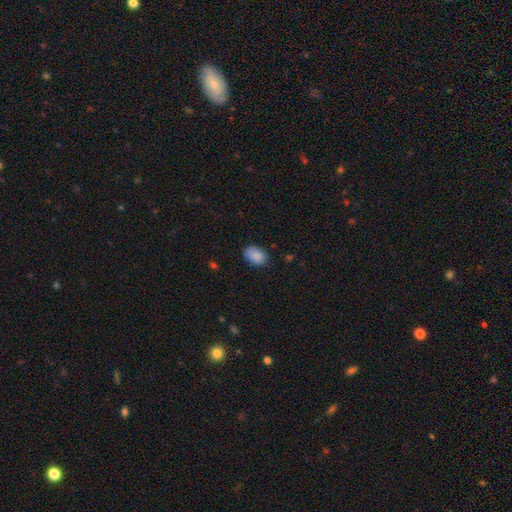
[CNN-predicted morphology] Q: Smooth or featured?
A: smooth (87%); runner-up: star or artifact (8%)
Q: How rounded?
A: in between (80%); runner-up: round (18%)
Q: Merging?
A: none (75%); runner-up: minor disturbance (20%)